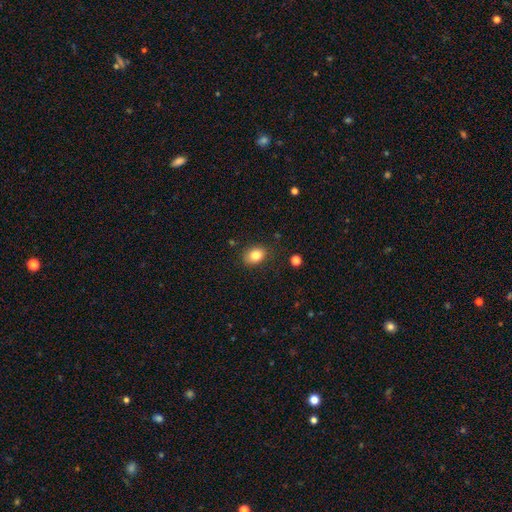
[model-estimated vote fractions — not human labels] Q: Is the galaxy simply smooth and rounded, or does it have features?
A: smooth — 83%.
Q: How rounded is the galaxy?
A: in between — 67%.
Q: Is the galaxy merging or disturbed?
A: none — 84%.